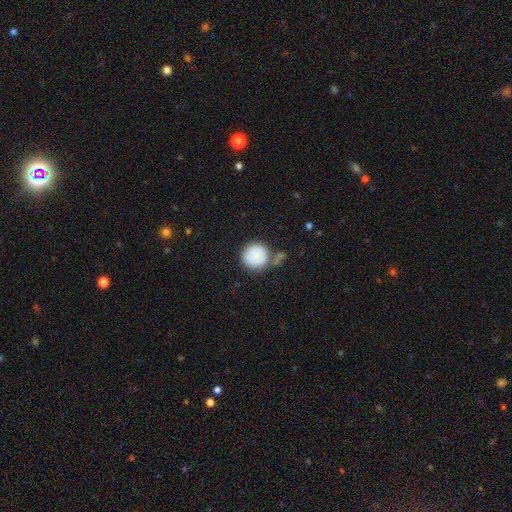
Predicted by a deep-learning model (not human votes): smooth 86%, star or artifact 7%, featured or disk 6%. Down the decision tree: how rounded — round (93%); merging — none (61%).